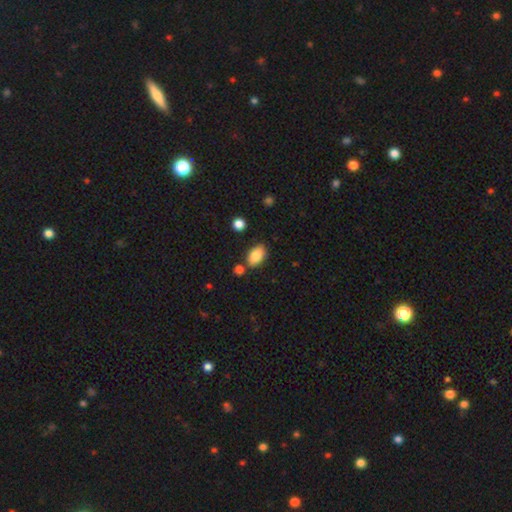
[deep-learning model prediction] smooth_or_featured: smooth (p=0.85) [alt: star or artifact p=0.08]
how_rounded: in between (p=0.92) [alt: round p=0.06]
merging: none (p=0.79) [alt: minor disturbance p=0.12]